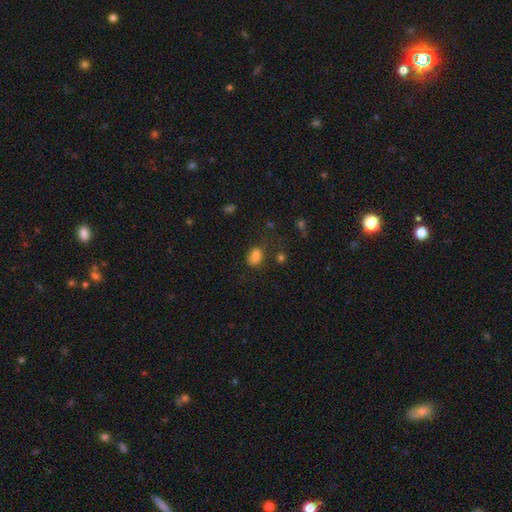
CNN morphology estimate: Smooth or featured? smooth (82%)
How rounded? in between (77%)
Merging? none (61%)